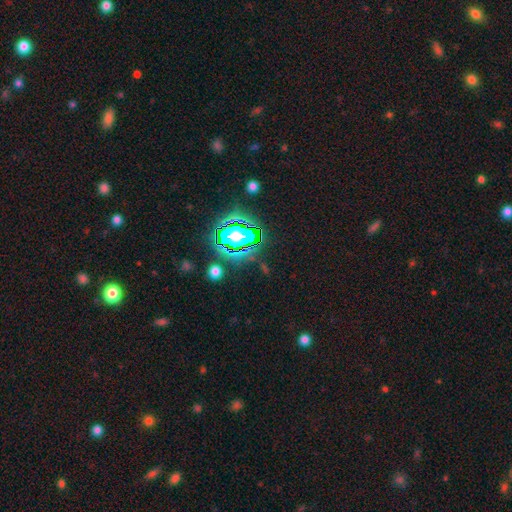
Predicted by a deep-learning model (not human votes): Overall: star or artifact (81%).